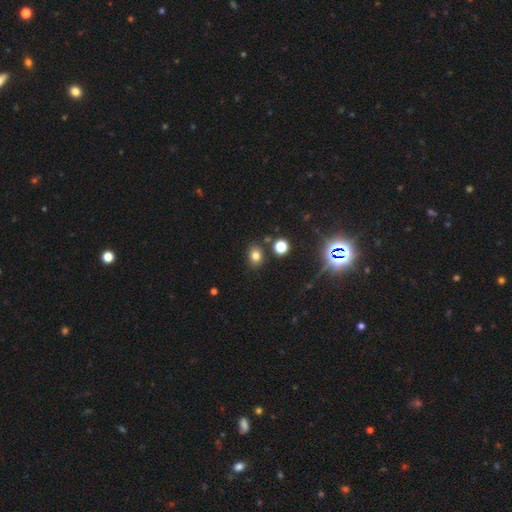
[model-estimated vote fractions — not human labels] Smooth or featured? smooth (75%)
How rounded? in between (51%)
Merging? none (82%)